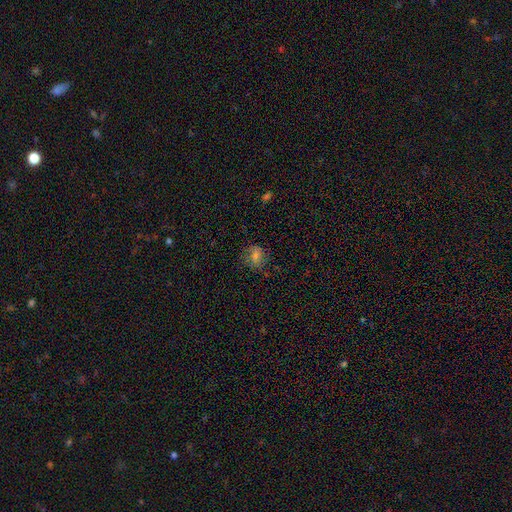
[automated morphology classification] Overall: smooth (50%; featured or disk 29%). How rounded: round (69%). Merging: none (77%).